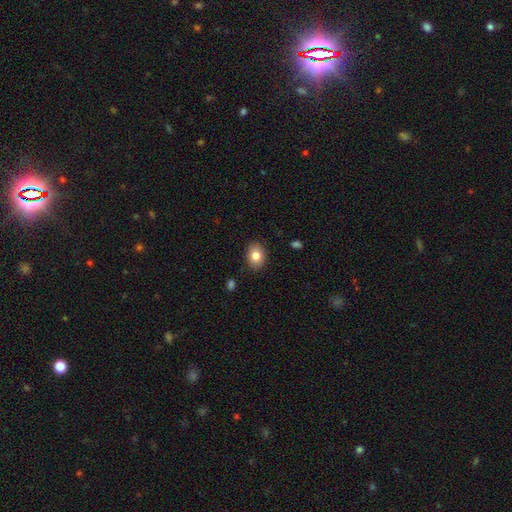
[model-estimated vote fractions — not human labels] Overall: smooth (82%). How rounded: in between (64%; round 35%). Merging: none (88%).